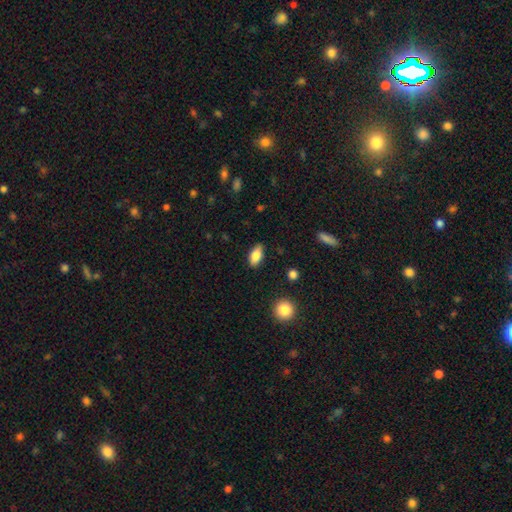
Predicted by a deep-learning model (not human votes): A smooth galaxy with no disk features (82%) that is in between round and cigar-shaped (88%).

Vote fractions:
- Smooth or featured? smooth: 82% / featured or disk: 11% / star or artifact: 8%
- How rounded? in between: 88% / cigar-shaped: 8% / round: 4%
- Merging? none: 85% / minor disturbance: 12% / major disturbance: 2% / merger: 1%